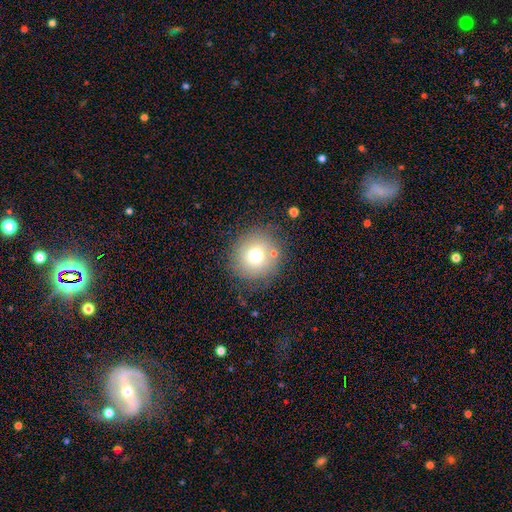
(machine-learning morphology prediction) Smooth or featured?
  - smooth: 70% *
  - star or artifact: 15%
  - featured or disk: 14%
How rounded?
  - round: 92% *
  - in between: 7%
  - cigar-shaped: 1%
Merging?
  - none: 80% *
  - minor disturbance: 10%
  - major disturbance: 5%
  - merger: 5%